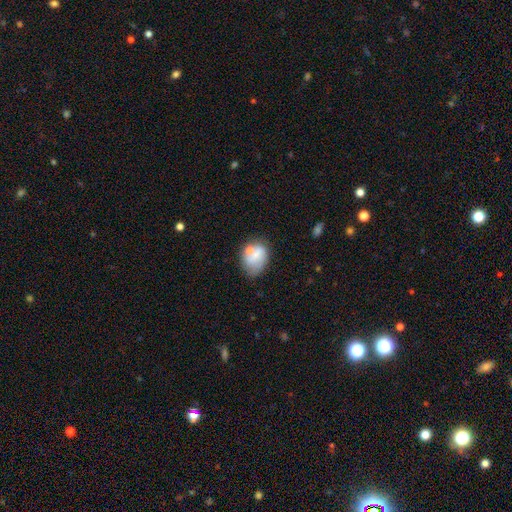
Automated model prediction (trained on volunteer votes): This is likely a smooth galaxy (63%). How rounded: likely in between (67%). Merging: marginally none (44%).